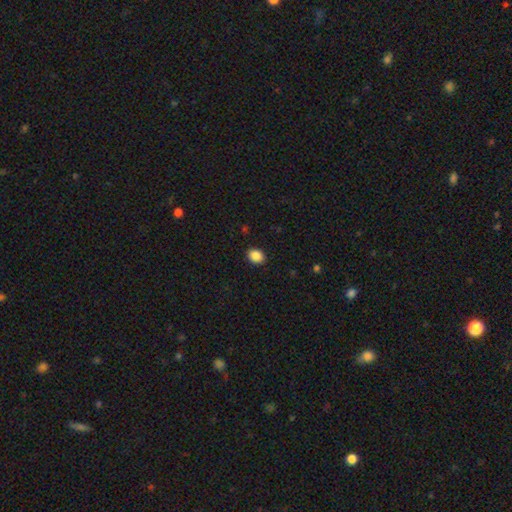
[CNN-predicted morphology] This is clearly a smooth galaxy (88%). How rounded: possibly in between (51%). Merging: clearly none (90%).